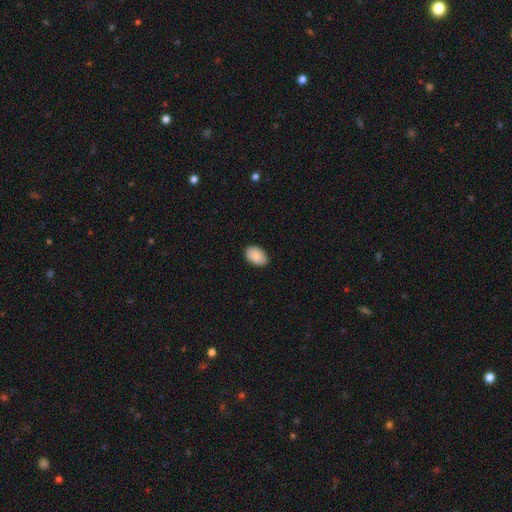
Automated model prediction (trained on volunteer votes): Smooth or featured? Predicted: smooth (p=0.87). How rounded? Predicted: in between (p=0.89). Merging? Predicted: none (p=0.87).